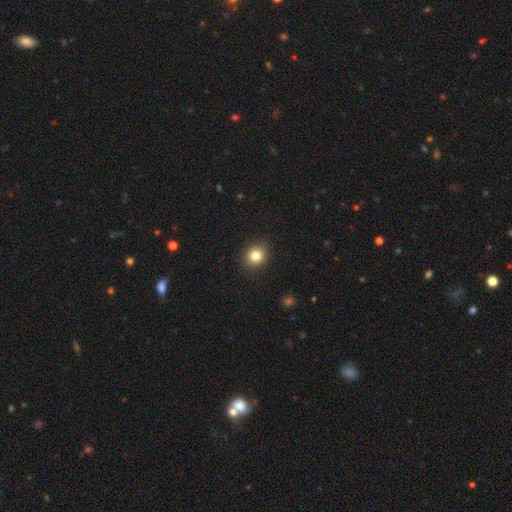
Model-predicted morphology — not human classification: smooth_or_featured: smooth (p=0.82) [alt: star or artifact p=0.11]
how_rounded: round (p=0.77) [alt: in between p=0.22]
merging: none (p=0.90) [alt: minor disturbance p=0.07]